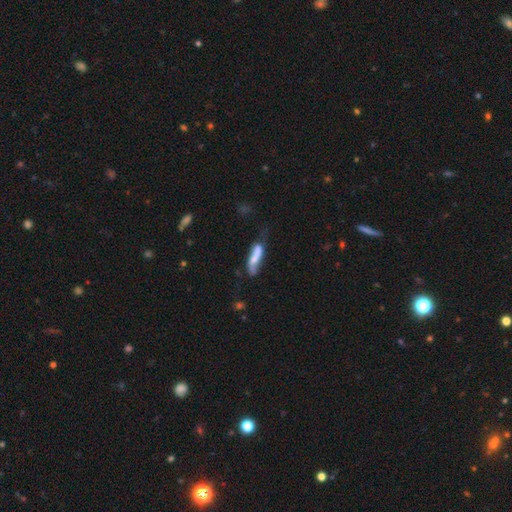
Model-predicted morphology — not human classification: smooth 54%, featured or disk 38%, star or artifact 7%. Down the decision tree: how rounded — cigar-shaped (62%); merging — none (38%).